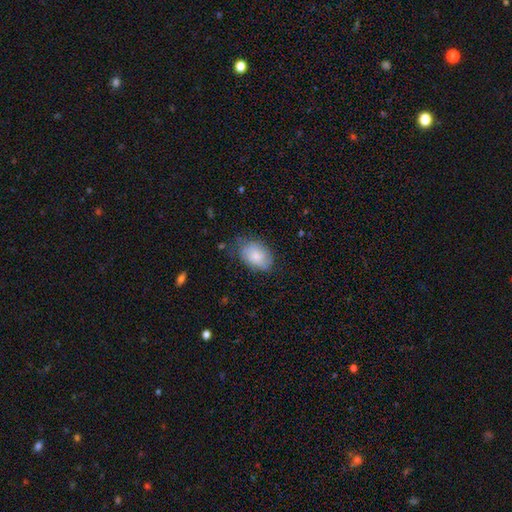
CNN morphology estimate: type=smooth (76%); roundness=in between (83%); merging=none (64%).